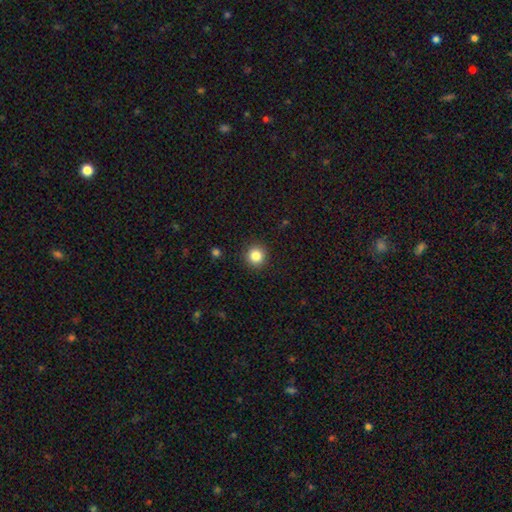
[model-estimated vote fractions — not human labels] smooth-or-featured: smooth: 85% | star or artifact: 11% | featured or disk: 5%
  how-rounded: round: 94% | in between: 5% | cigar-shaped: 1%
  merging: none: 92% | minor disturbance: 6% | major disturbance: 2% | merger: 1%